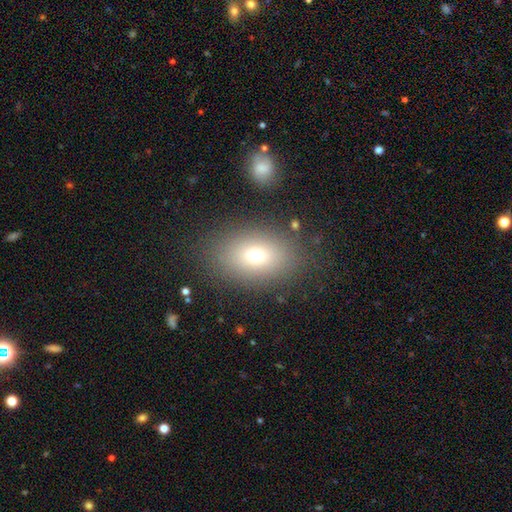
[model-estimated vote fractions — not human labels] A smooth galaxy with no disk features (71%) that is in between round and cigar-shaped (78%). Merging: none (82%).